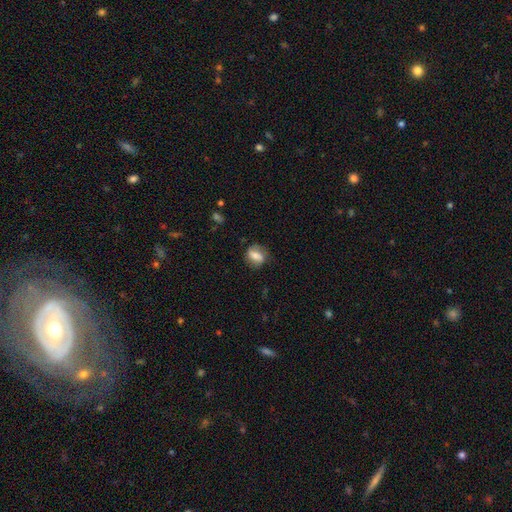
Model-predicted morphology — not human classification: Overall: smooth (62%; featured or disk 30%). How rounded: in between (58%; round 38%). Merging: none (70%).